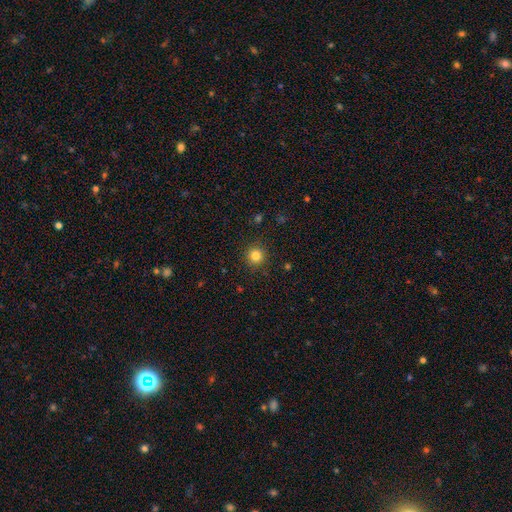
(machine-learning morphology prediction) Overall: smooth (82%). How rounded: round (94%). Merging: none (91%).